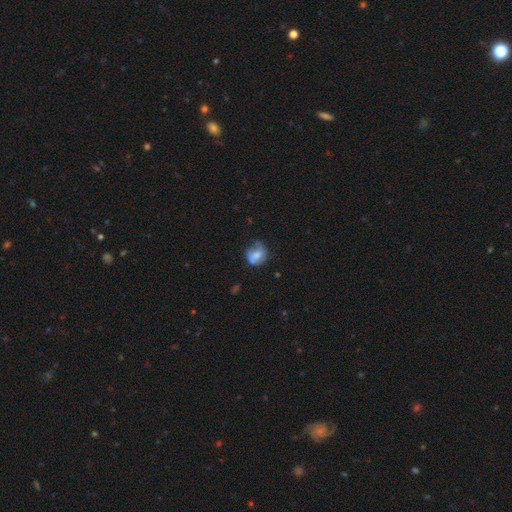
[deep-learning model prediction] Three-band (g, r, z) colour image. It shows a smooth galaxy with no disk features (59%) that is round (71%). Merging: none (48%).